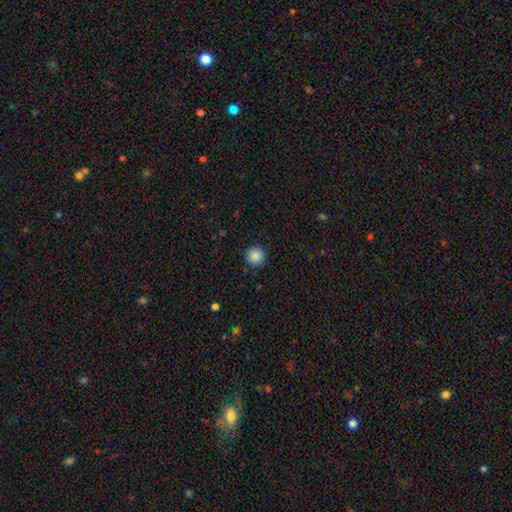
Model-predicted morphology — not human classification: Smooth or featured: smooth — 88% (star or artifact — 10%)
How rounded: round — 95% (in between — 4%)
Merging: none — 92% (minor disturbance — 5%)